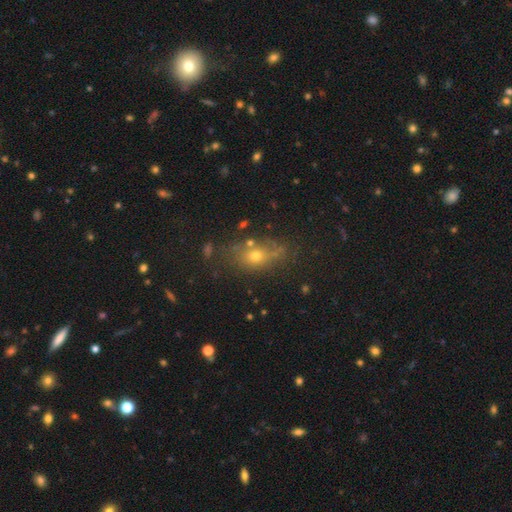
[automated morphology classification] This appears to be a smooth galaxy with no disk features (59%) that is in between round and cigar-shaped (67%). Merging: none (63%).